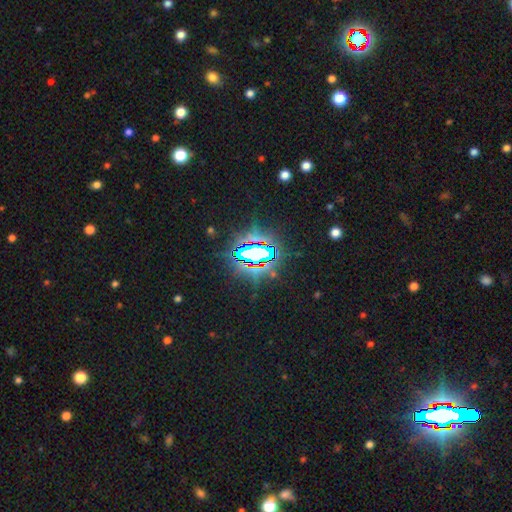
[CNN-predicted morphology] smooth_or_featured: star or artifact (p=0.77) [alt: smooth p=0.12]